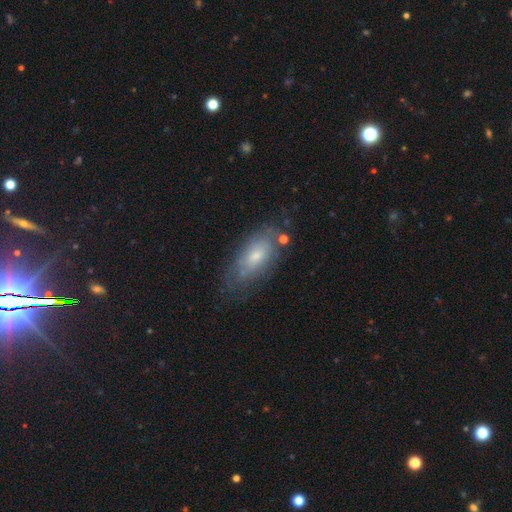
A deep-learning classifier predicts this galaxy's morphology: Q: Smooth or featured?
A: smooth (51%); runner-up: featured or disk (40%)
Q: How rounded?
A: in between (86%); runner-up: cigar-shaped (11%)
Q: Merging?
A: none (65%); runner-up: minor disturbance (24%)